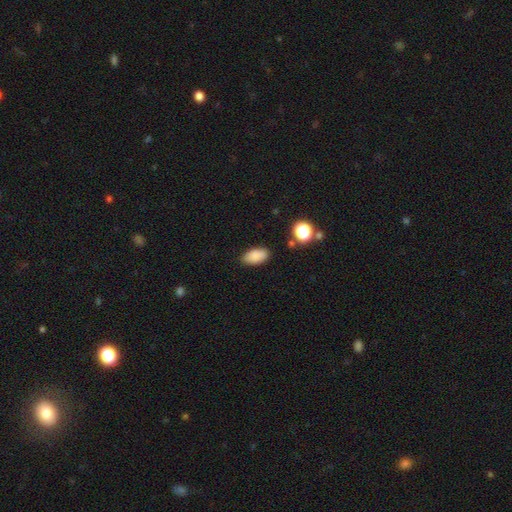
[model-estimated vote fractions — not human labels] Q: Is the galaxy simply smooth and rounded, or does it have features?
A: smooth — 86%.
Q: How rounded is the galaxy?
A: in between — 92%.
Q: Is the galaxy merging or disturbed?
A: none — 83%.